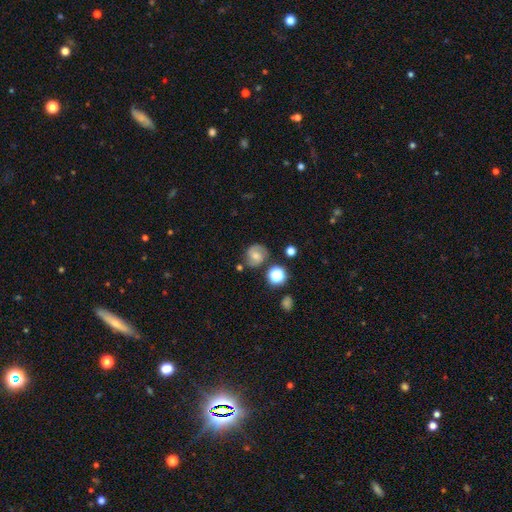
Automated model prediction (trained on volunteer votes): smooth-or-featured: featured or disk: 58% | smooth: 30% | star or artifact: 12%
  disk-edge-on: no: 97% | yes: 3%
    bar: weak: 45% | no: 42% | strong: 13%
    has-spiral-arms: yes: 90% | no: 10%
      spiral-winding: medium: 49% | tight: 34% | loose: 17%
      spiral-arm-count: 2: 84% | can't tell: 9% | 1: 4% | 3: 2% | 4: 1% | more than 4: 1%
    bulge-size: moderate: 46% | small: 37% | none: 9% | large: 7% | dominant: 2%
  merging: none: 72% | minor disturbance: 16% | merger: 7% | major disturbance: 6%